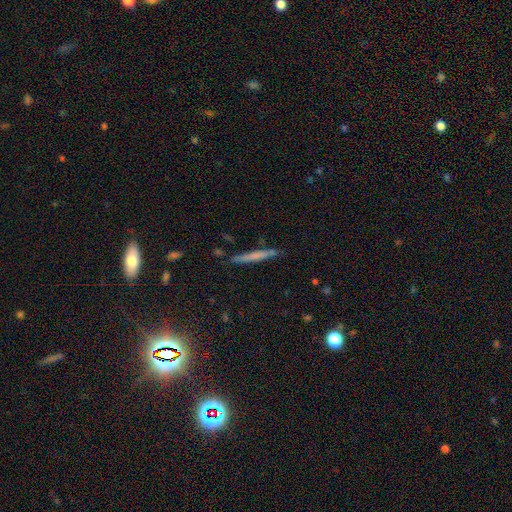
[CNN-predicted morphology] A smooth galaxy with no disk features (55%) that is cigar-shaped (96%). Merging: none (86%).